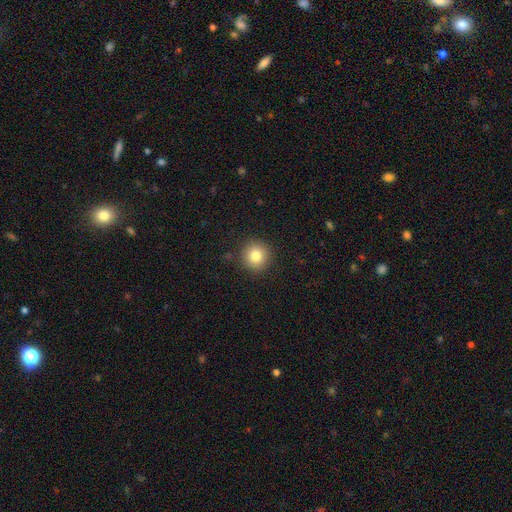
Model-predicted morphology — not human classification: A smooth galaxy with no disk features (81%) that is round (94%).

Vote fractions:
- Smooth or featured? smooth: 81% / star or artifact: 11% / featured or disk: 8%
- How rounded? round: 94% / in between: 5% / cigar-shaped: 1%
- Merging? none: 91% / minor disturbance: 6% / major disturbance: 2% / merger: 1%